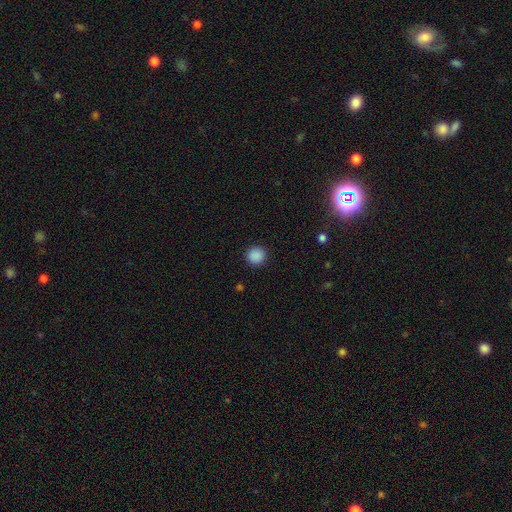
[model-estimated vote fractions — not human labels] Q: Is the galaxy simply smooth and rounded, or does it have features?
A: smooth — 89%.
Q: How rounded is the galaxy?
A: round — 93%.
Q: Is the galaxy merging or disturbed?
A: none — 92%.